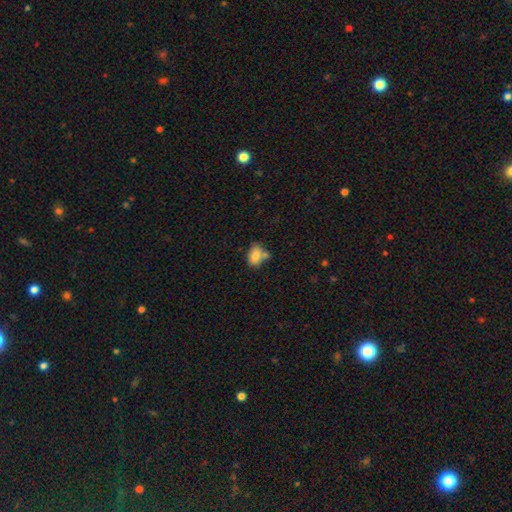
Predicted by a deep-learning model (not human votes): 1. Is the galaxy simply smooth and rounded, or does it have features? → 80% smooth, 12% featured or disk, 9% star or artifact.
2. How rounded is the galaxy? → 81% in between, 17% round, 2% cigar-shaped.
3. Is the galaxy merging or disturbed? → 46% none, 27% merger, 21% minor disturbance, 6% major disturbance.